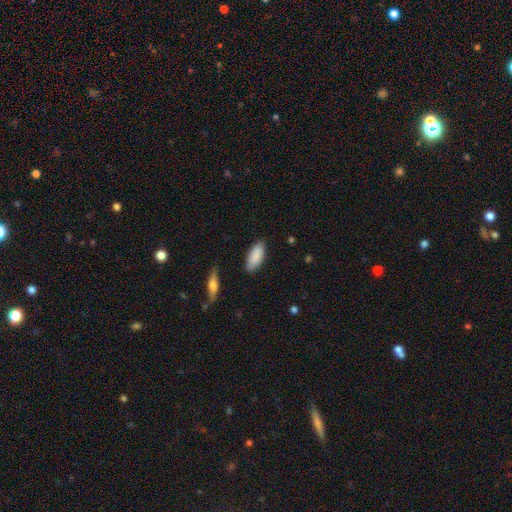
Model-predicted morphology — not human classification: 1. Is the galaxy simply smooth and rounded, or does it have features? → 88% smooth, 6% star or artifact, 6% featured or disk.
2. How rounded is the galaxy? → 84% in between, 15% cigar-shaped, 2% round.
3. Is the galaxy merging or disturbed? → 82% none, 14% minor disturbance, 3% major disturbance, 2% merger.